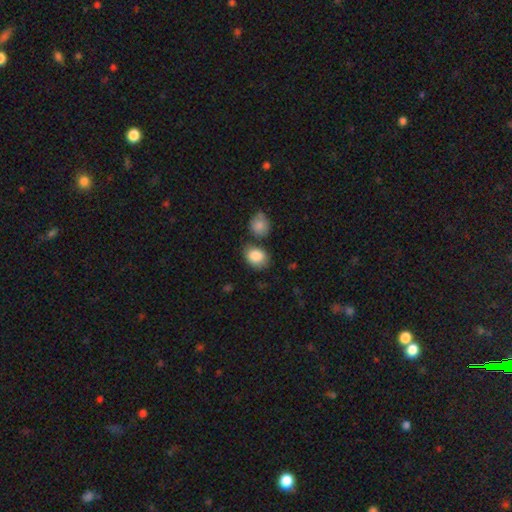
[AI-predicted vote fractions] Smooth or featured: smooth — 87% (star or artifact — 7%)
How rounded: in between — 64% (round — 35%)
Merging: none — 62% (minor disturbance — 19%)